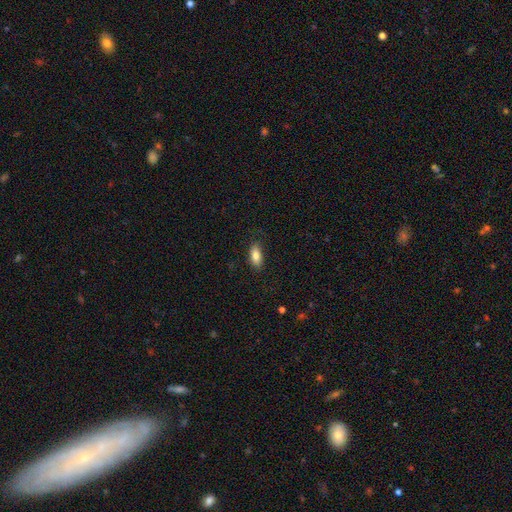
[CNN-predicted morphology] The model was most divided on "merging": none: 82%, minor disturbance: 14%, major disturbance: 3%, merger: 1%. More confident: how rounded — in between (87%); smooth or featured — smooth (81%).